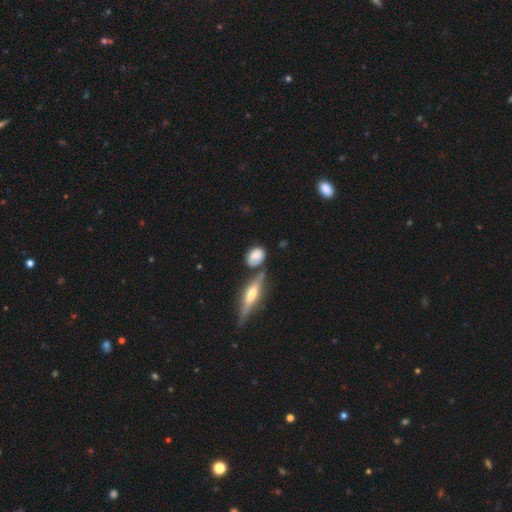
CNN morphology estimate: A smooth galaxy with no disk features (76%) that is in between round and cigar-shaped (64%). Merging: none (56%).